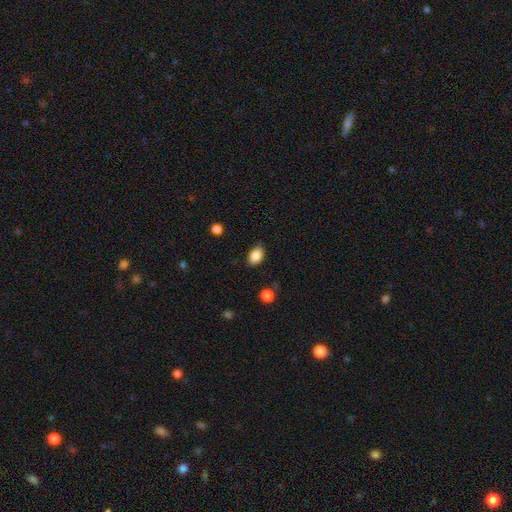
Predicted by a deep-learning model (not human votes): Q: Smooth or featured?
A: smooth (86%); runner-up: star or artifact (8%)
Q: How rounded?
A: in between (85%); runner-up: round (14%)
Q: Merging?
A: none (79%); runner-up: minor disturbance (16%)